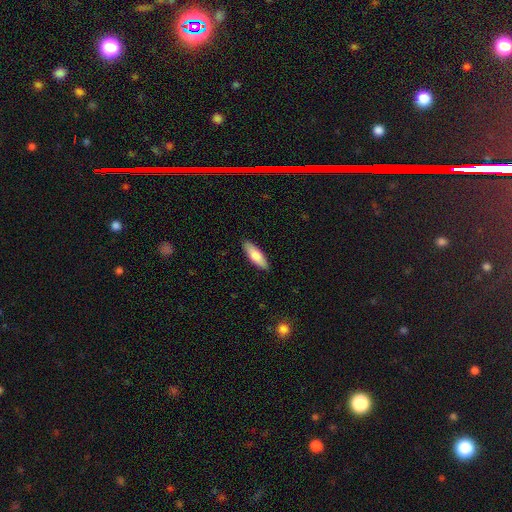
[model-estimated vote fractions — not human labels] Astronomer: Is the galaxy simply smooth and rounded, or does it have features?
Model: smooth — 78%.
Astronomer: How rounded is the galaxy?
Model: in between — 51% (runner-up: cigar-shaped, 48%).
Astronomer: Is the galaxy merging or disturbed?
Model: none — 89%.